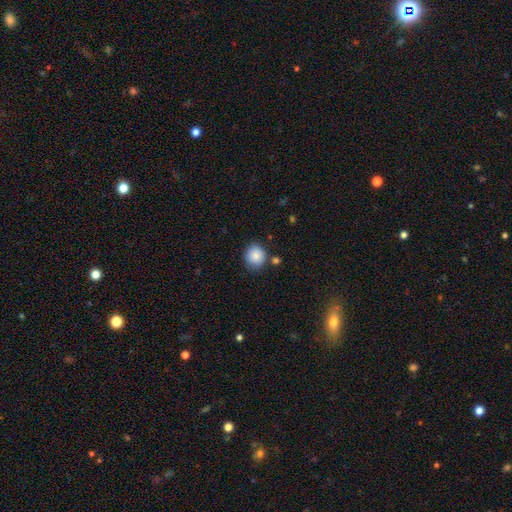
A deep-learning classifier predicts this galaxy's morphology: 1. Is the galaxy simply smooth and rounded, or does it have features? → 86% smooth, 9% star or artifact, 6% featured or disk.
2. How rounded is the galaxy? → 85% round, 14% in between, 1% cigar-shaped.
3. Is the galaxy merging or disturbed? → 80% none, 12% minor disturbance, 6% merger, 3% major disturbance.